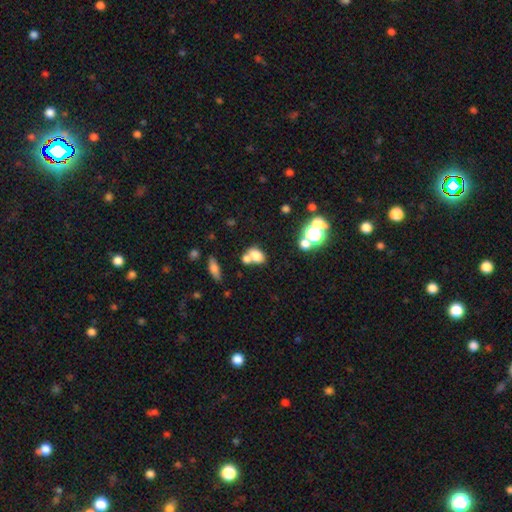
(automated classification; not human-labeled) This is likely a smooth galaxy (74%). How rounded: likely in between (64%). Merging: marginally none (43%).